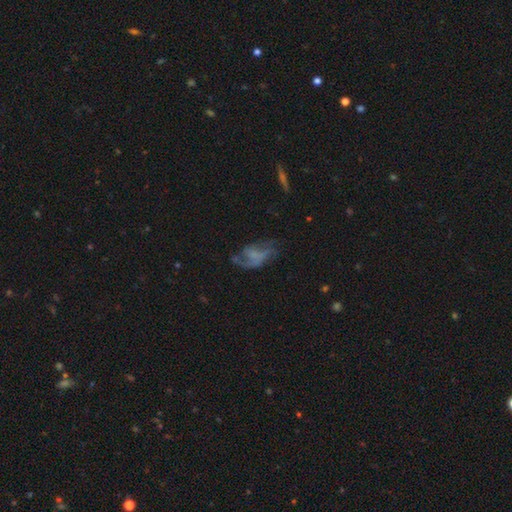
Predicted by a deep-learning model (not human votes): featured or disk 62%, smooth 27%, star or artifact 12%. Down the decision tree: edge-on disk — no (96%); bar — no (60%); spiral arms — yes (69%); bulge size — none (63%); merging — none (38%).